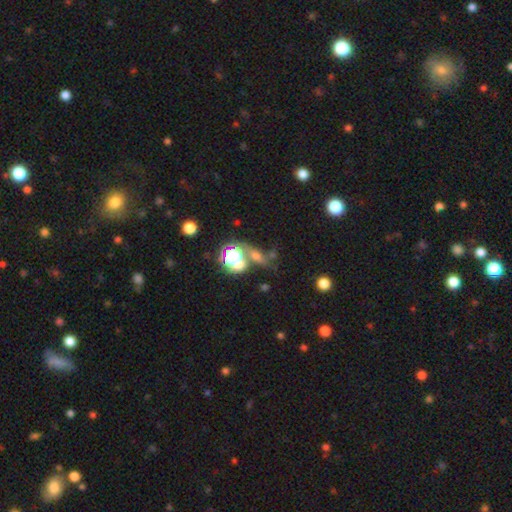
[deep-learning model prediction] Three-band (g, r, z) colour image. It shows a smooth galaxy with no disk features (43%). Merging: none (47%).